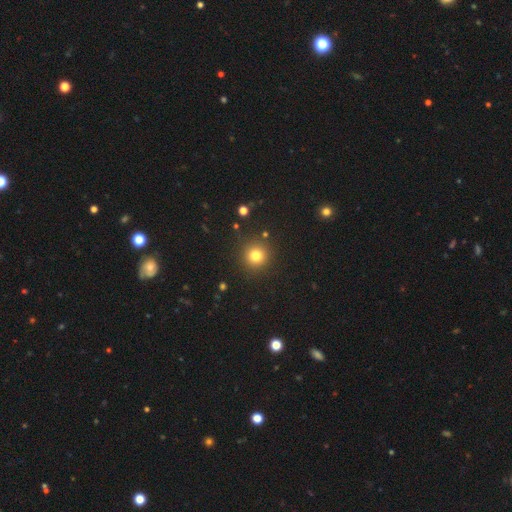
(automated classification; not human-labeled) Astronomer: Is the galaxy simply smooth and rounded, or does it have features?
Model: smooth — 79%.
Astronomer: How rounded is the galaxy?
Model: round — 94%.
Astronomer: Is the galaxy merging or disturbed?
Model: none — 89%.